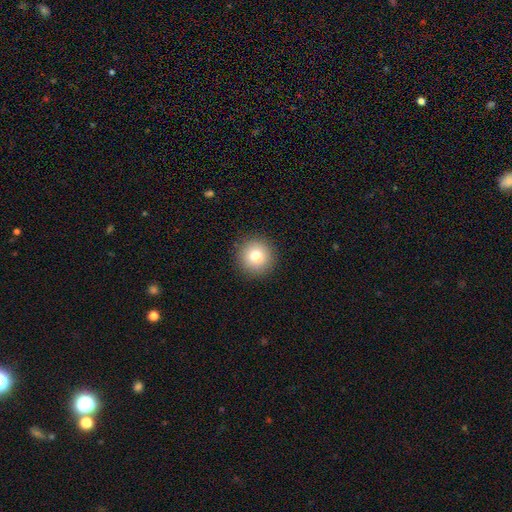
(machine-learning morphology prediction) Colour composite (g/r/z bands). It shows a smooth galaxy with no disk features (79%) that is round (93%). Merging: none (91%).